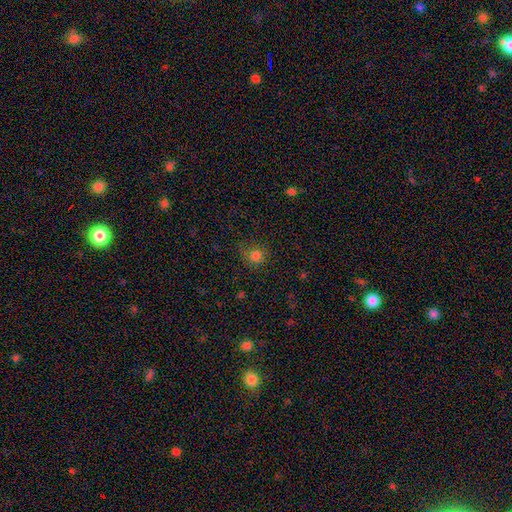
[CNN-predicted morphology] The model was most divided on "merging": none: 76%, minor disturbance: 16%, major disturbance: 6%, merger: 2%. More confident: how rounded — round (88%); smooth or featured — smooth (79%).